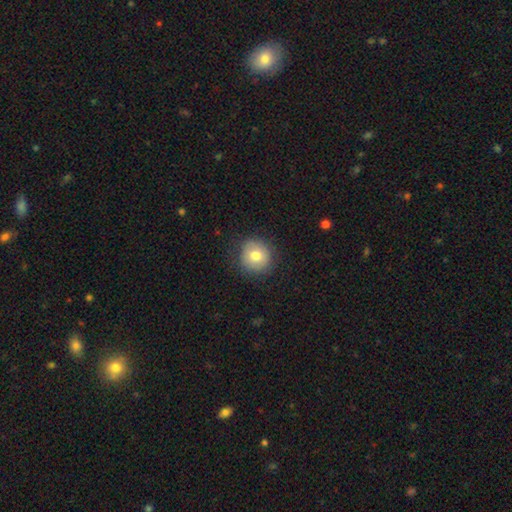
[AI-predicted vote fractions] Morphology: type=smooth (77%); roundness=round (91%); merging=none (83%).